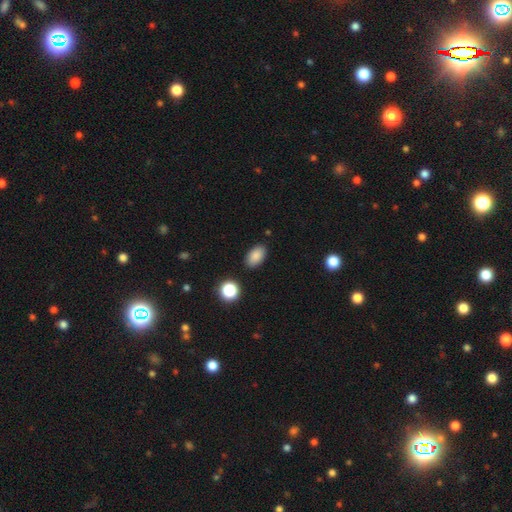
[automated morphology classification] This appears to be a smooth galaxy with no disk features (86%) that is in between round and cigar-shaped (91%). Merging: none (87%).